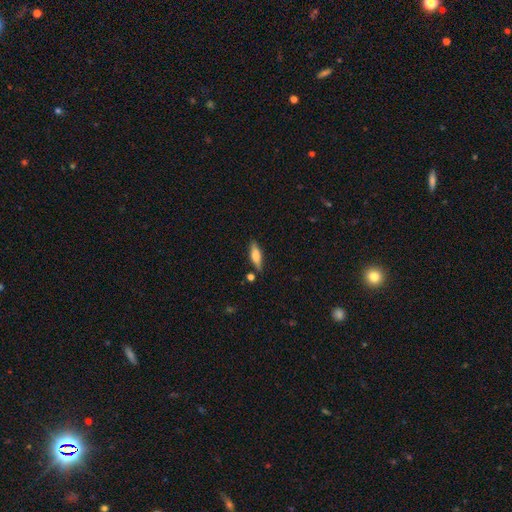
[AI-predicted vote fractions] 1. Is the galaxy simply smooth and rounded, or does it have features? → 60% smooth, 33% featured or disk, 7% star or artifact.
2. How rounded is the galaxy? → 52% cigar-shaped, 45% in between, 3% round.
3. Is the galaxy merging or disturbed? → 79% none, 13% minor disturbance, 5% merger, 3% major disturbance.